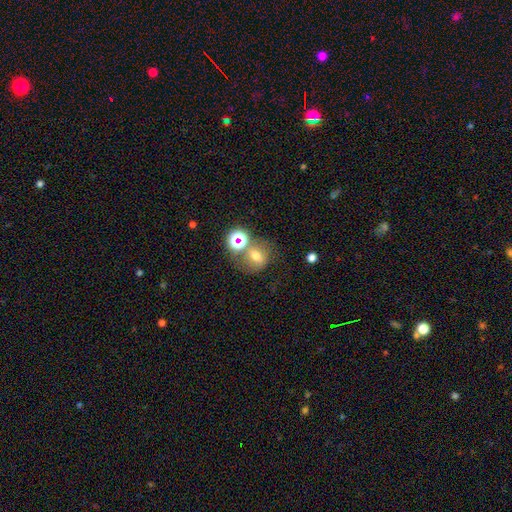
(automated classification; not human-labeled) This is possibly a smooth galaxy (57%). How rounded: likely round (62%). Merging: possibly none (50%).